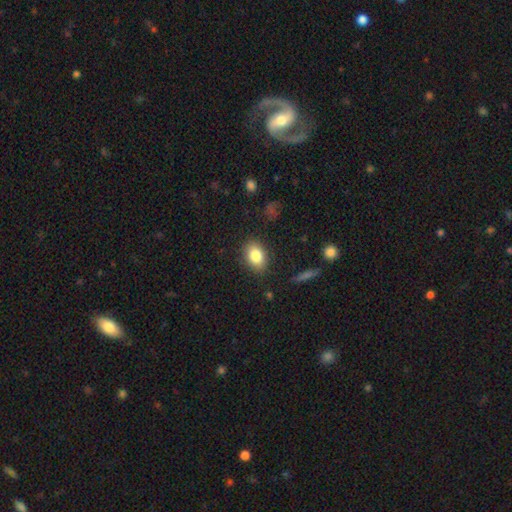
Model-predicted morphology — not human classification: The model was most divided on "how rounded": in between: 78%, round: 21%, cigar-shaped: 1%. More confident: merging — none (85%); smooth or featured — smooth (83%).